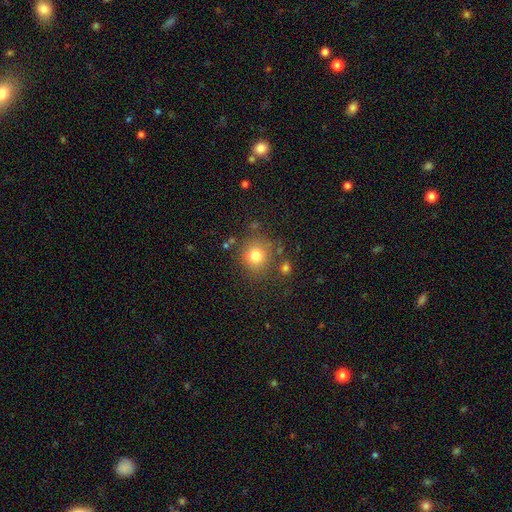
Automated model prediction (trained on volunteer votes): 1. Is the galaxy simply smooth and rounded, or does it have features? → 78% smooth, 13% star or artifact, 9% featured or disk.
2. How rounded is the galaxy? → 89% round, 10% in between, 1% cigar-shaped.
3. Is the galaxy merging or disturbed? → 78% none, 11% minor disturbance, 6% merger, 5% major disturbance.